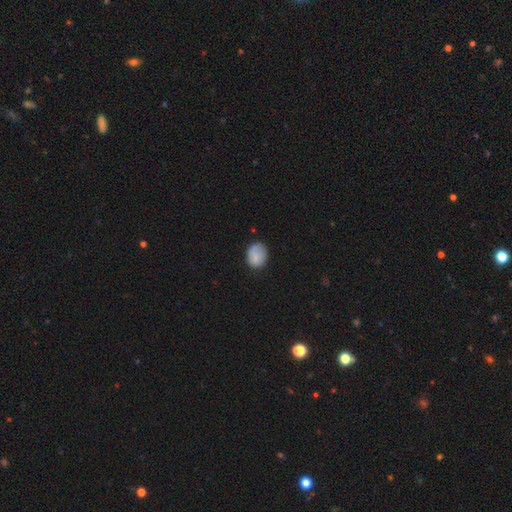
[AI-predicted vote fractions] Smooth or featured? smooth (82%)
How rounded? in between (53%)
Merging? none (70%)